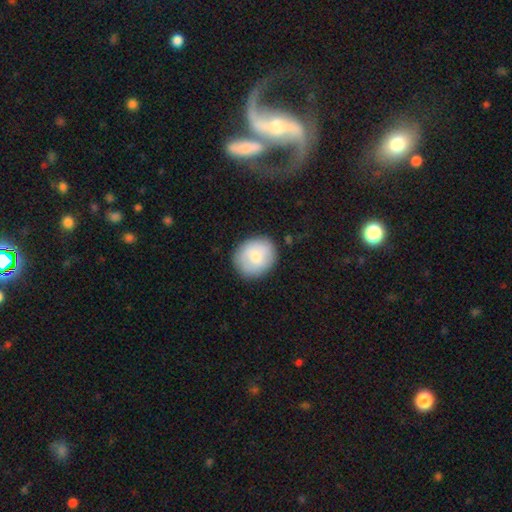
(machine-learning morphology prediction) A smooth galaxy with no disk features (73%) that is round (76%). Merging: none (84%).